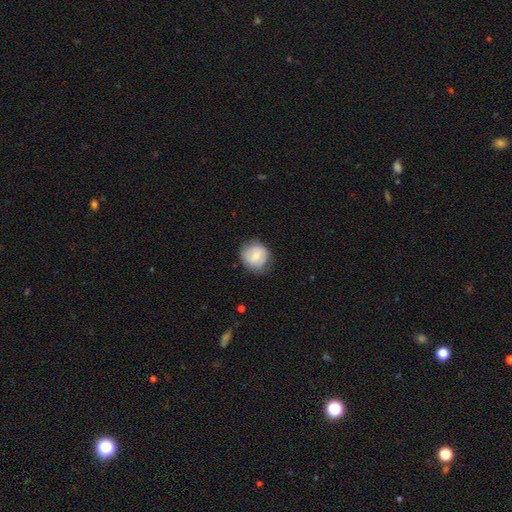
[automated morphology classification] type=smooth (63%); roundness=round (82%); merging=none (73%).